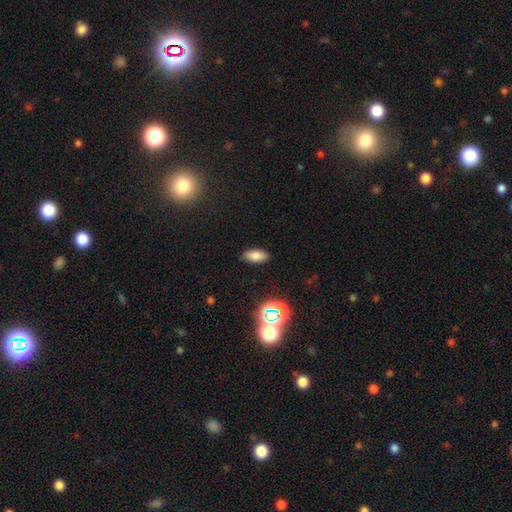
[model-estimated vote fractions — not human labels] Smooth or featured? Predicted: smooth (p=0.77). How rounded? Predicted: in between (p=0.90). Merging? Predicted: none (p=0.86).